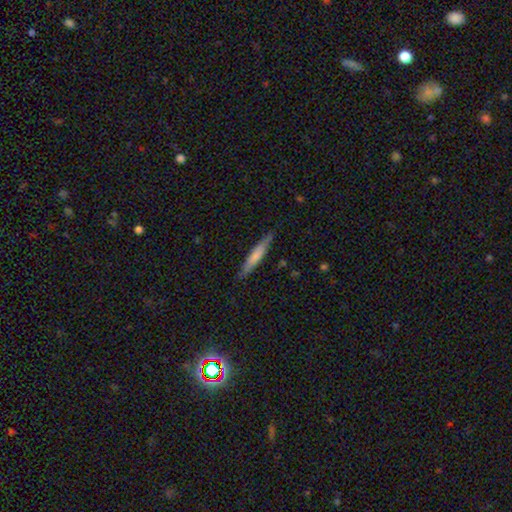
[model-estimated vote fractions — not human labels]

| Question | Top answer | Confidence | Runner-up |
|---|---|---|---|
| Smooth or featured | smooth | 64% | featured or disk (31%) |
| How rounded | cigar-shaped | 93% | in between (6%) |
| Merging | none | 86% | minor disturbance (11%) |